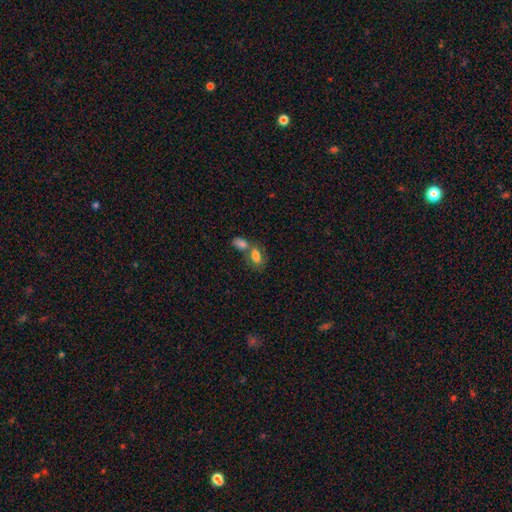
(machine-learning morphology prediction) This appears to be a smooth galaxy with no disk features (76%) that is in between round and cigar-shaped (88%). Merging: merger (54%).